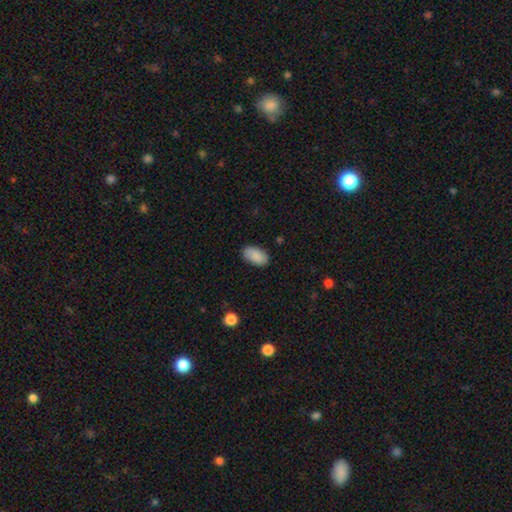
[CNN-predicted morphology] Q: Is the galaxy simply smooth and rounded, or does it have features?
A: smooth — 88%.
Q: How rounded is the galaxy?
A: in between — 95%.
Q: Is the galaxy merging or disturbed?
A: none — 86%.